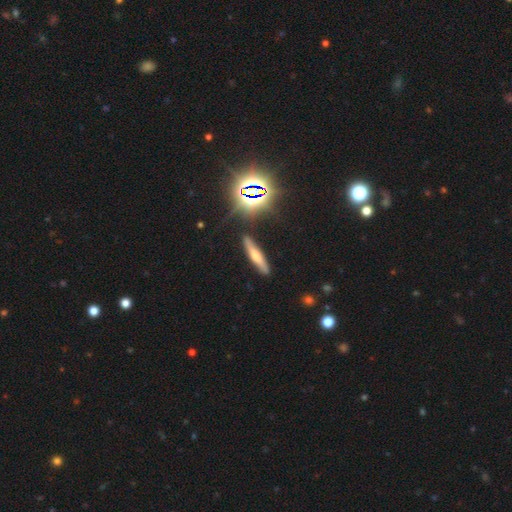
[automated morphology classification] Smooth or featured? Predicted: smooth (p=0.46). Merging? Predicted: none (p=0.85).